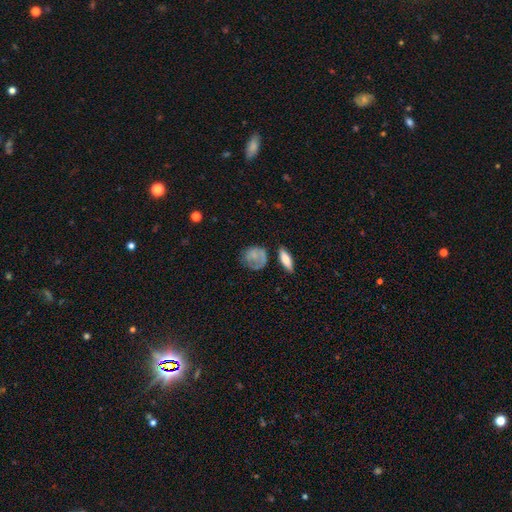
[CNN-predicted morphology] smooth_or_featured: smooth (p=0.64) [alt: featured or disk p=0.27]
how_rounded: round (p=0.65) [alt: in between p=0.32]
merging: none (p=0.48) [alt: minor disturbance p=0.28]